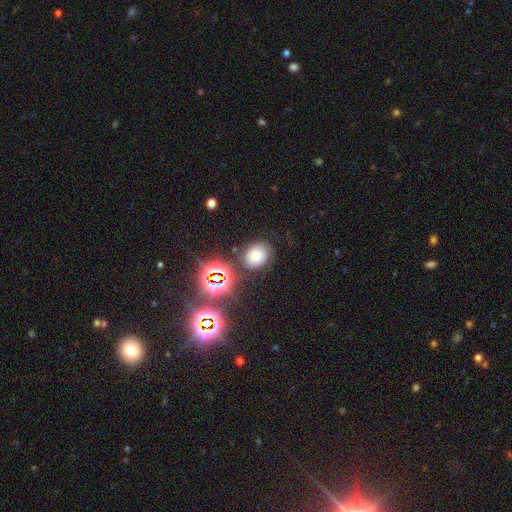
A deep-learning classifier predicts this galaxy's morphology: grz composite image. It shows a smooth galaxy with no disk features (63%) that is round (54%). Merging: none (78%).